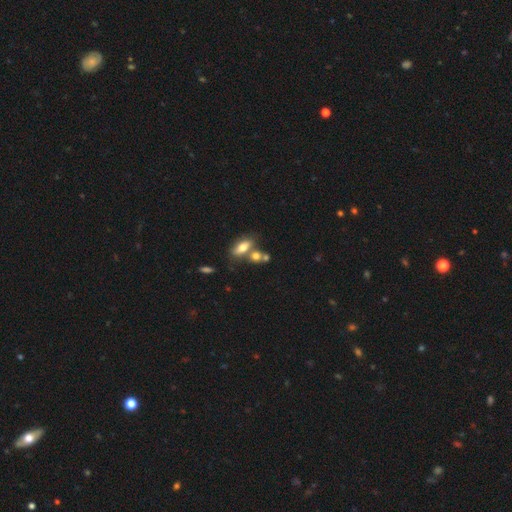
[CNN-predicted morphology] smooth_or_featured: smooth (p=0.52) [alt: featured or disk p=0.27]
how_rounded: in between (p=0.72) [alt: round p=0.20]
merging: none (p=0.45) [alt: merger p=0.39]